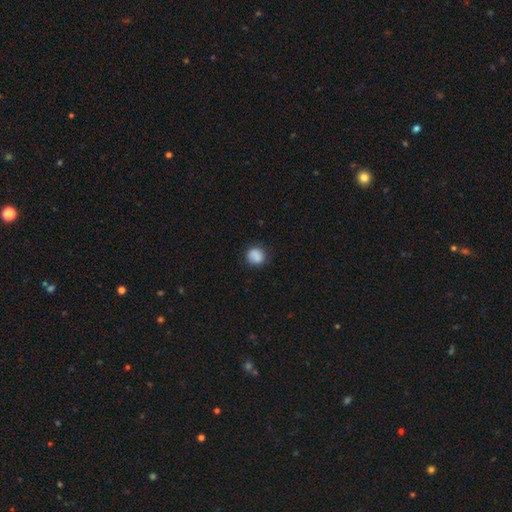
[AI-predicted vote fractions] smooth 88%, star or artifact 9%, featured or disk 4%. Down the decision tree: how rounded — round (82%); merging — none (82%).